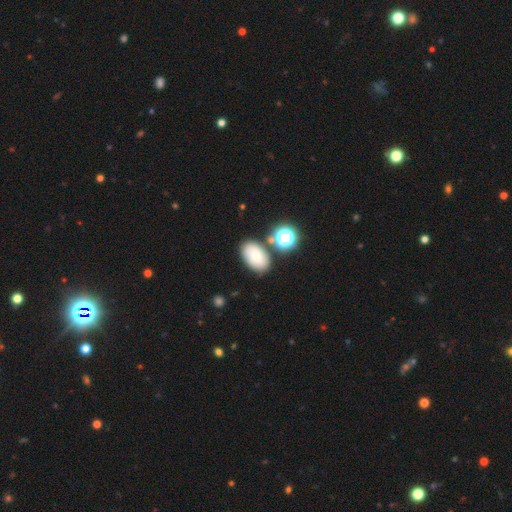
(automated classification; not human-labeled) Q: Smooth or featured?
A: smooth (74%); runner-up: featured or disk (13%)
Q: How rounded?
A: in between (89%); runner-up: round (10%)
Q: Merging?
A: none (73%); runner-up: minor disturbance (14%)